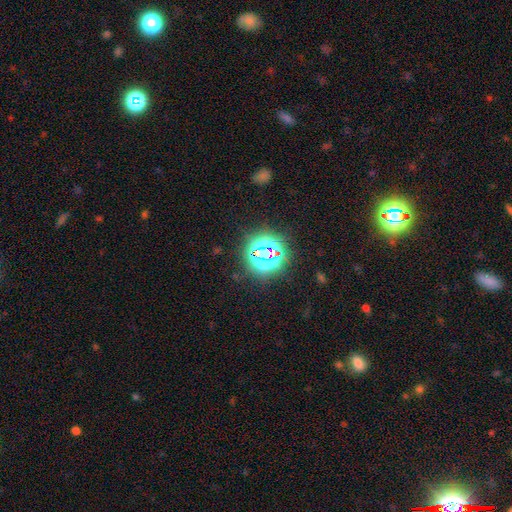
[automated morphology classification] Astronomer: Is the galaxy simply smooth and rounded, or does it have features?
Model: star or artifact — 75%.